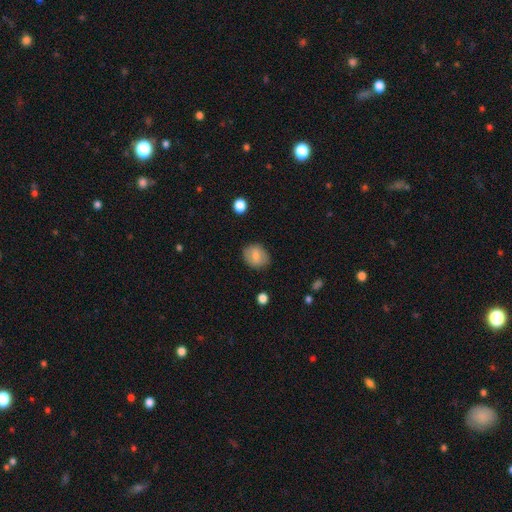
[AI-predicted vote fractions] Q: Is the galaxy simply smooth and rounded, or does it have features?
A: smooth — 76%.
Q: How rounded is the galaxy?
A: round — 56%.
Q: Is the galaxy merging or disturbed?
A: none — 82%.